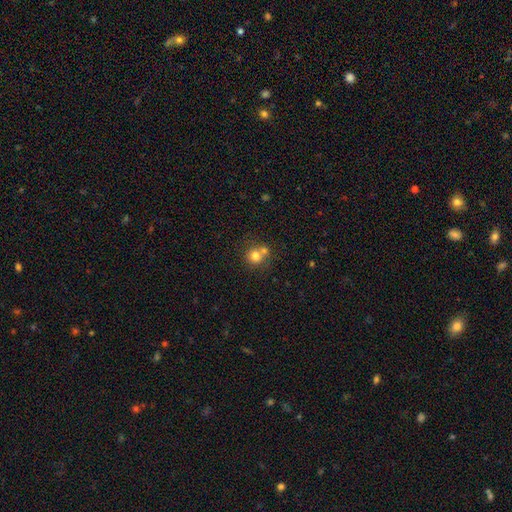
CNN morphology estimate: Overall: smooth (76%). How rounded: round (88%). Merging: none (48%; merger 41%).